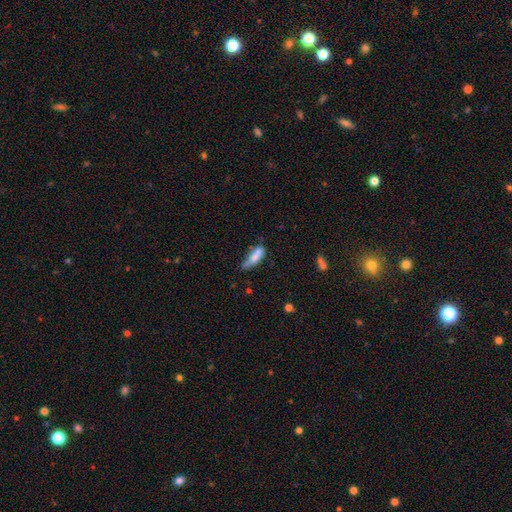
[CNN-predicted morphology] type=smooth (75%); roundness=in between (51%); merging=minor disturbance (37%, tied with none).